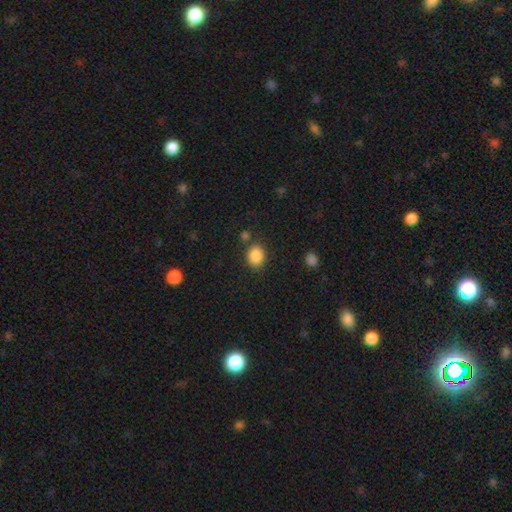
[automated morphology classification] Q: Smooth or featured?
A: smooth (87%); runner-up: star or artifact (9%)
Q: How rounded?
A: in between (50%); runner-up: round (49%)
Q: Merging?
A: none (78%); runner-up: minor disturbance (12%)